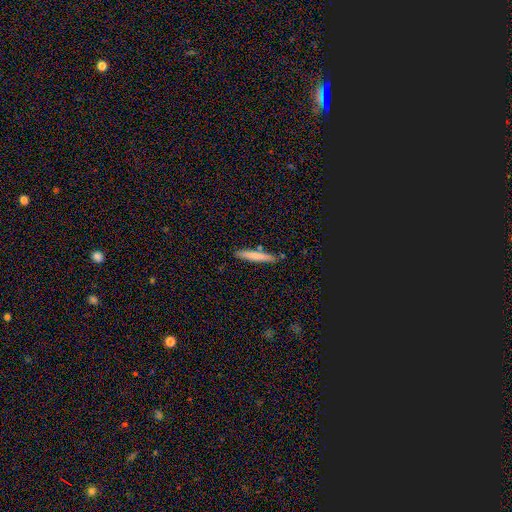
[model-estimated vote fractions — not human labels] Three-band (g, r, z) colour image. It shows a smooth galaxy with no disk features (76%) that is cigar-shaped (94%). Merging: none (86%).